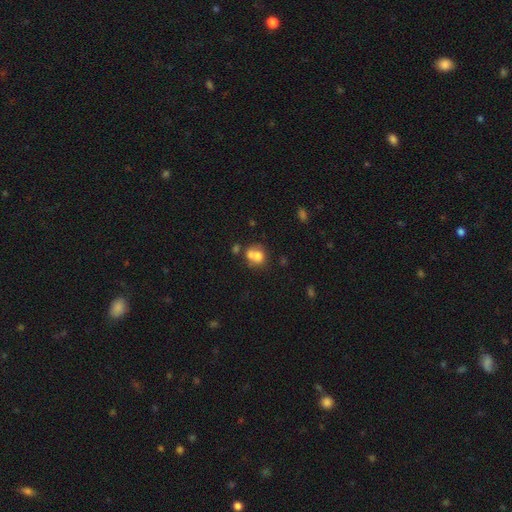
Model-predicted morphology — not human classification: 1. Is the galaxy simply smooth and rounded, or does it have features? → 70% smooth, 19% featured or disk, 11% star or artifact.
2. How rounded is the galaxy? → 60% round, 39% in between, 1% cigar-shaped.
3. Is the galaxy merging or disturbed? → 50% merger, 31% none, 12% minor disturbance, 7% major disturbance.